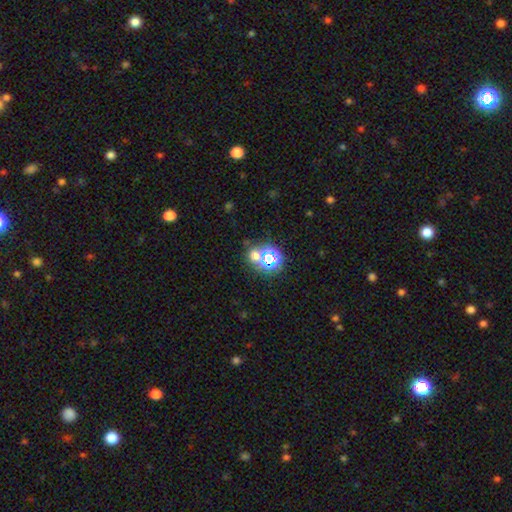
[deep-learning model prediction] A star or artifact, not a galaxy (54%).

Vote fractions:
- Smooth or featured? star or artifact: 54% / smooth: 37% / featured or disk: 9%